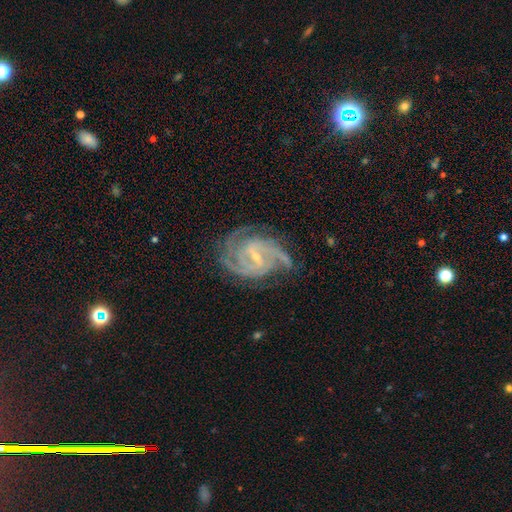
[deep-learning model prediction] A featured or disk galaxy (91%) with a weak bar (51%), 3 (35%) tight (57%) spiral arms (98%) and a small central bulge (72%).

Vote fractions:
- Smooth or featured? featured or disk: 91% / star or artifact: 5% / smooth: 4%
- Edge-on disk? no: 98% / yes: 2%
- Bar? weak: 51% / strong: 30% / no: 19%
- Spiral arms? yes: 98% / no: 2%
- Spiral winding? tight: 57% / medium: 37% / loose: 6%
- Spiral arm count? 3: 35% / 2: 26% / 4: 15% / can't tell: 12% / more than 4: 6% / 1: 6%
- Bulge size? small: 72% / moderate: 22% / none: 3% / large: 1% / dominant: 1%
- Merging? none: 71% / minor disturbance: 19% / major disturbance: 8% / merger: 2%